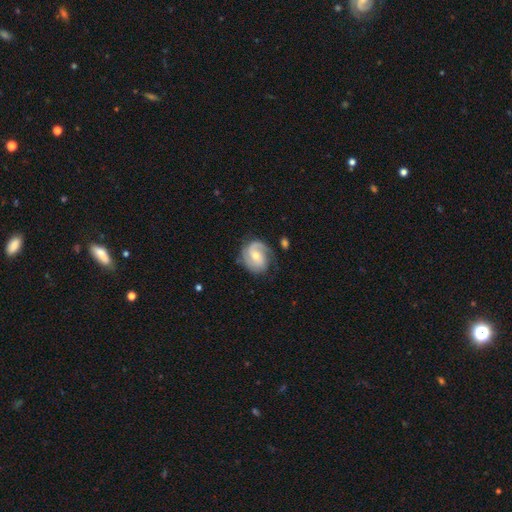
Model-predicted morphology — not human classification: Smooth or featured: featured or disk — 78% (smooth — 17%)
Edge-on disk: no — 97% (yes — 3%)
Bar: no — 45% (weak — 42%)
Spiral arms: yes — 93% (no — 7%)
Spiral winding: medium — 41% (tight — 40%)
Spiral arm count: 2 — 61% (1 — 20%)
Bulge size: moderate — 52% (small — 44%)
Merging: none — 65% (minor disturbance — 22%)